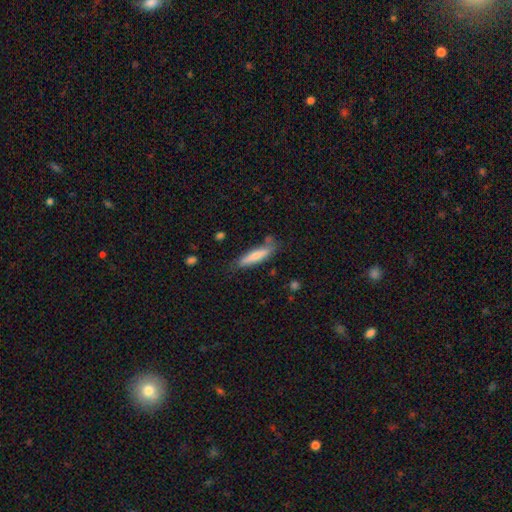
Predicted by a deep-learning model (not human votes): Smooth or featured: smooth — 69% (featured or disk — 25%)
How rounded: cigar-shaped — 78% (in between — 21%)
Merging: none — 71% (minor disturbance — 20%)